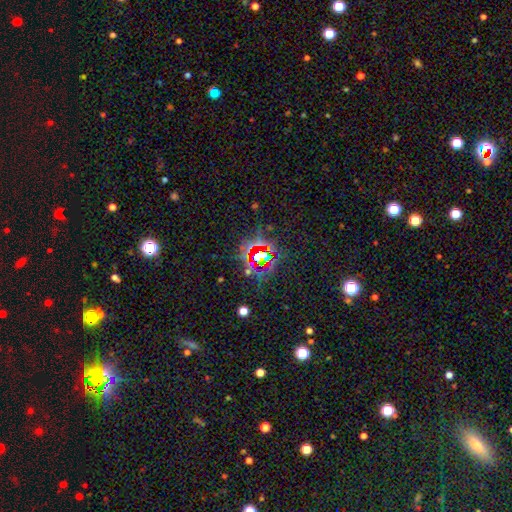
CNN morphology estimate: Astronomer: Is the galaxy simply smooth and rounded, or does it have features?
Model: star or artifact — 77%.